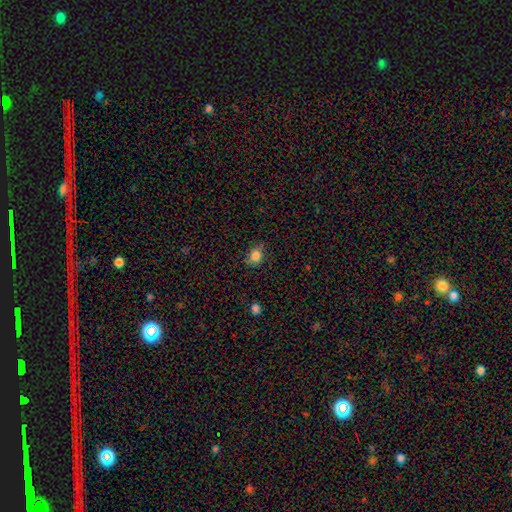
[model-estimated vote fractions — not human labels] A smooth galaxy with no disk features (83%) that is round (54%). Merging: none (72%).